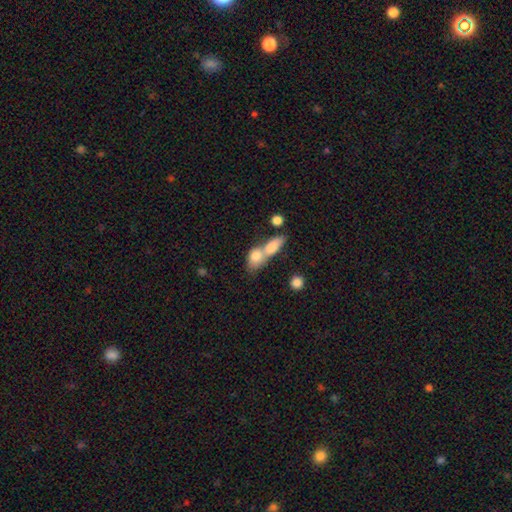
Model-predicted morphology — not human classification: Overall: smooth (76%). How rounded: in between (64%; round 25%). Merging: merger (71%).